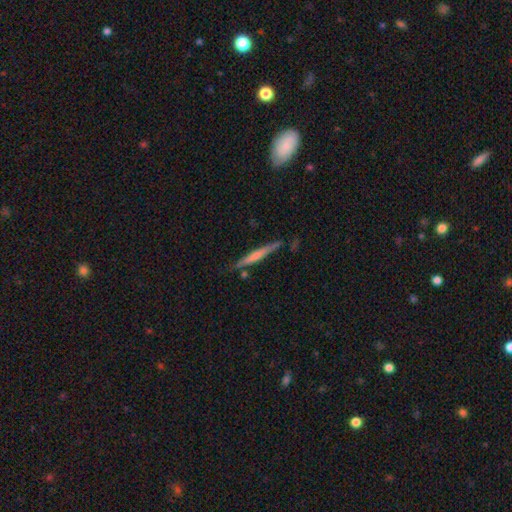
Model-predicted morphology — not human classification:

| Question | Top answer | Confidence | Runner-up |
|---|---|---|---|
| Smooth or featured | smooth | 48% | featured or disk (46%) |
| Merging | none | 78% | minor disturbance (14%) |